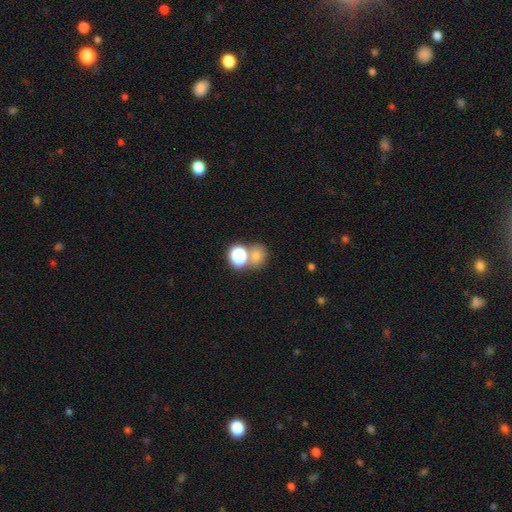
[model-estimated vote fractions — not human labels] Smooth or featured: smooth — 71% (star or artifact — 21%)
How rounded: round — 66% (in between — 33%)
Merging: none — 51% (merger — 34%)